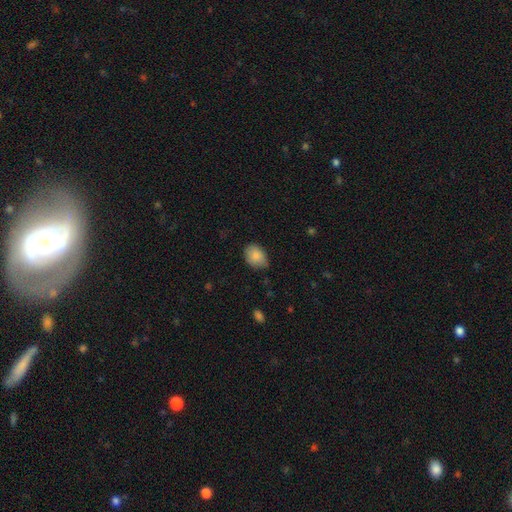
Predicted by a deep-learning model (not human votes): This is clearly a smooth galaxy (86%). How rounded: likely in between (72%). Merging: likely none (68%).